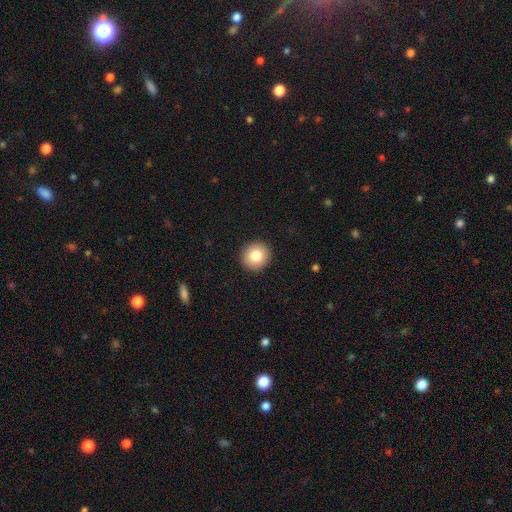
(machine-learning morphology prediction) Overall: smooth (81%). How rounded: round (93%). Merging: none (93%).